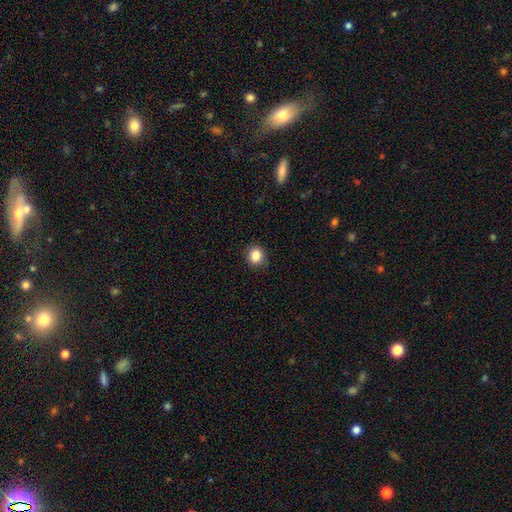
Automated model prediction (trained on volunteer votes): Smooth or featured? Predicted: smooth (p=0.85). How rounded? Predicted: round (p=0.81). Merging? Predicted: none (p=0.89).